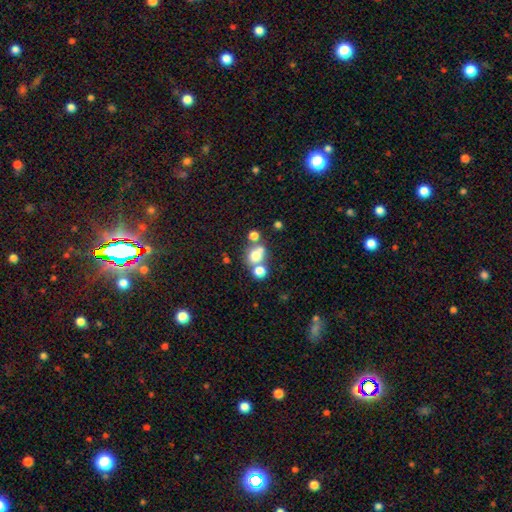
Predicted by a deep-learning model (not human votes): This appears to be a smooth galaxy with no disk features (67%) that is round (58%). Merging: merger (43%).